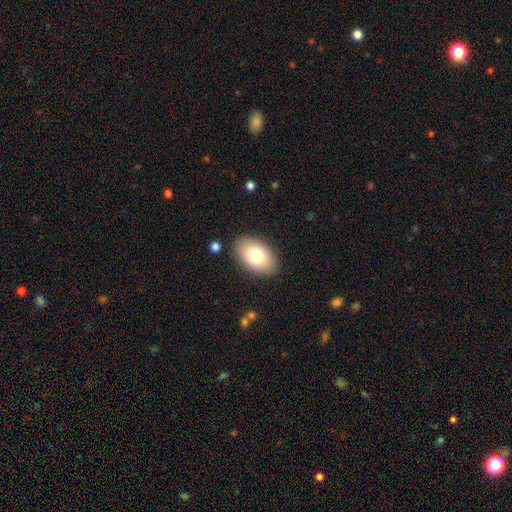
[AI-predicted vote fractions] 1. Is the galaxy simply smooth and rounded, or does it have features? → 80% smooth, 13% featured or disk, 7% star or artifact.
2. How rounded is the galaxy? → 91% in between, 7% round, 1% cigar-shaped.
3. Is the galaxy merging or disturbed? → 87% none, 9% minor disturbance, 3% major disturbance, 1% merger.